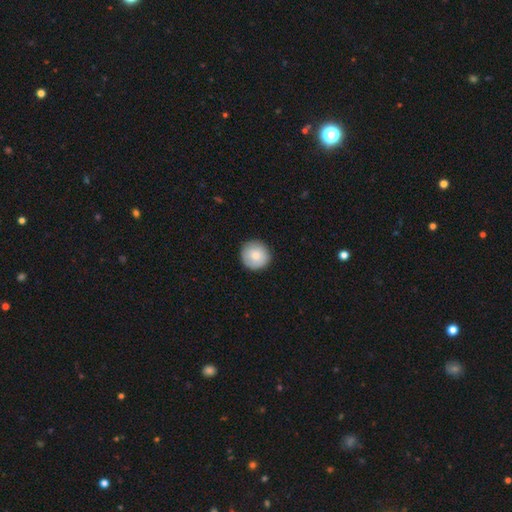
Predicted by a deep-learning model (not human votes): smooth 81%, featured or disk 13%, star or artifact 7%. Down the decision tree: how rounded — round (95%); merging — none (90%).